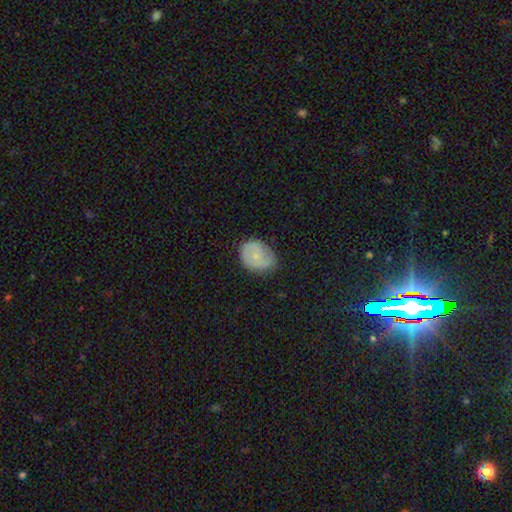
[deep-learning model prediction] Smooth or featured?
  - smooth: 54% *
  - featured or disk: 39%
  - star or artifact: 7%
How rounded?
  - in between: 57% *
  - round: 42%
  - cigar-shaped: 1%
Merging?
  - none: 65% *
  - minor disturbance: 27%
  - major disturbance: 7%
  - merger: 1%